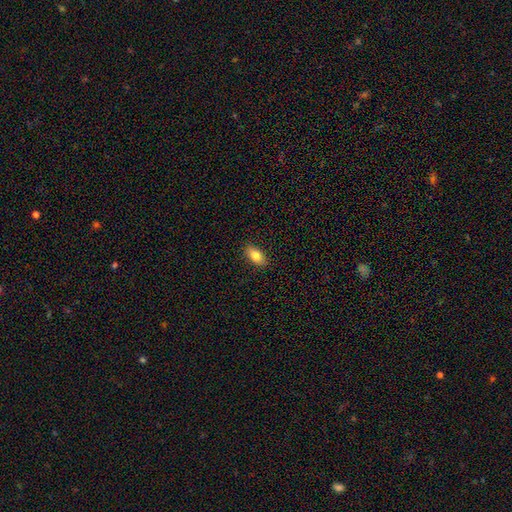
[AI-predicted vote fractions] Overall: smooth (82%). How rounded: in between (89%). Merging: none (89%).